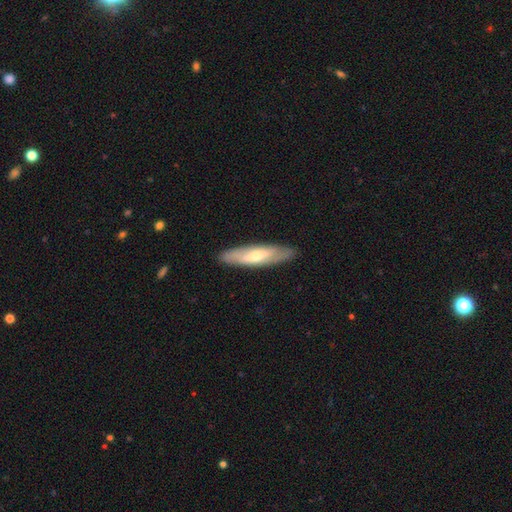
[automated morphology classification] smooth_or_featured: smooth (p=0.49) [alt: featured or disk p=0.46]
merging: none (p=0.87) [alt: minor disturbance p=0.09]